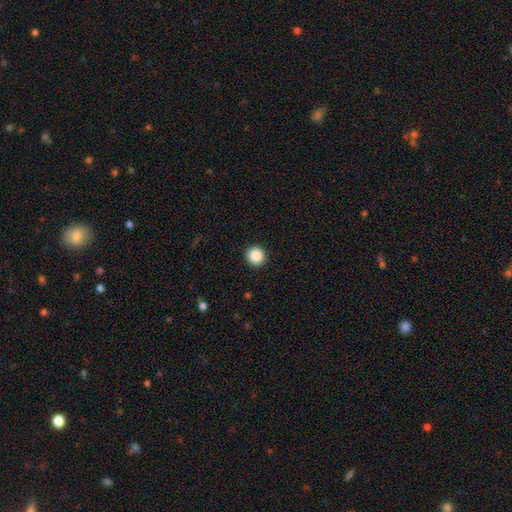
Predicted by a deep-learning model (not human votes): Smooth or featured?
  - smooth: 87% *
  - star or artifact: 9%
  - featured or disk: 3%
How rounded?
  - round: 96% *
  - in between: 3%
  - cigar-shaped: 1%
Merging?
  - none: 93% *
  - minor disturbance: 4%
  - major disturbance: 2%
  - merger: 1%